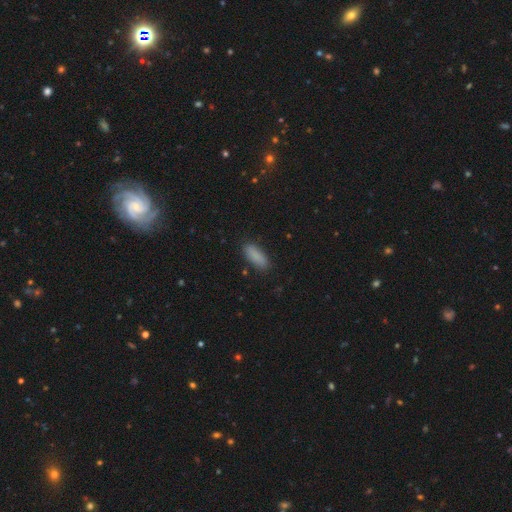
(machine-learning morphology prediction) Smooth or featured? smooth (88%)
How rounded? in between (66%)
Merging? none (86%)